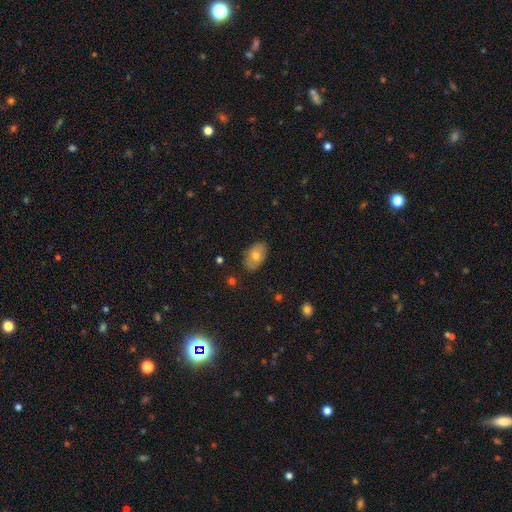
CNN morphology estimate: smooth 63%, featured or disk 29%, star or artifact 8%. Down the decision tree: how rounded — in between (86%); merging — none (81%).